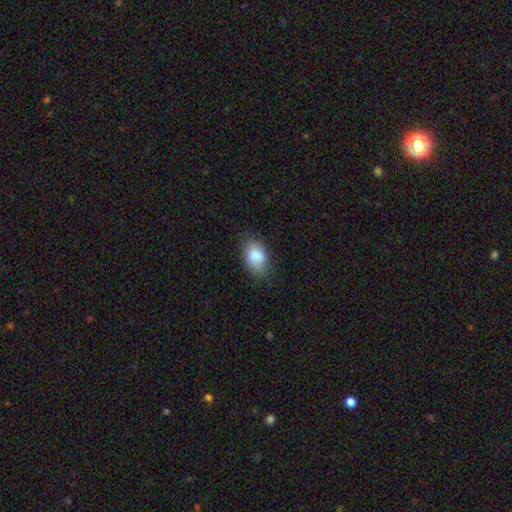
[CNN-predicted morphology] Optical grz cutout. It shows a smooth galaxy with no disk features (85%) that is in between round and cigar-shaped (89%). Merging: none (76%).